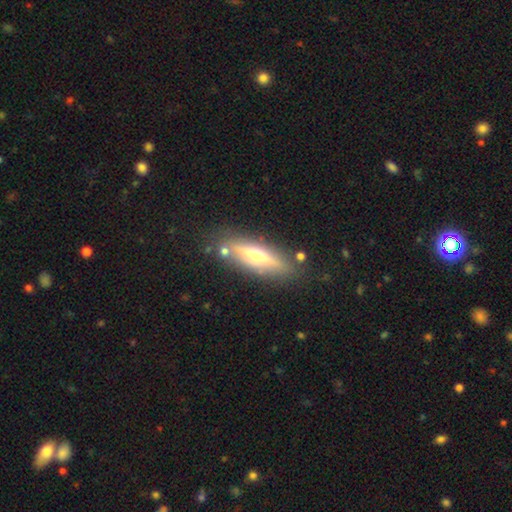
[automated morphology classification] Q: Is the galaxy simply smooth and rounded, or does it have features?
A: featured or disk — 54%.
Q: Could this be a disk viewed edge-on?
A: yes — 87%.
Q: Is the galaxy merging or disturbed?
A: none — 81%.